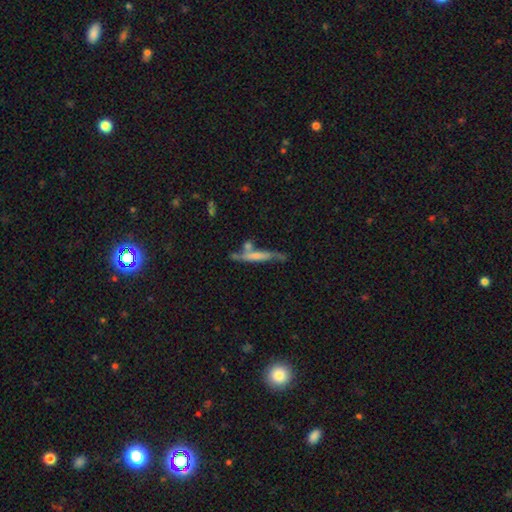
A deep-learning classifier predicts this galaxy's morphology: smooth_or_featured: smooth (p=0.47) [alt: featured or disk p=0.46]
merging: none (p=0.52) [alt: merger p=0.21]